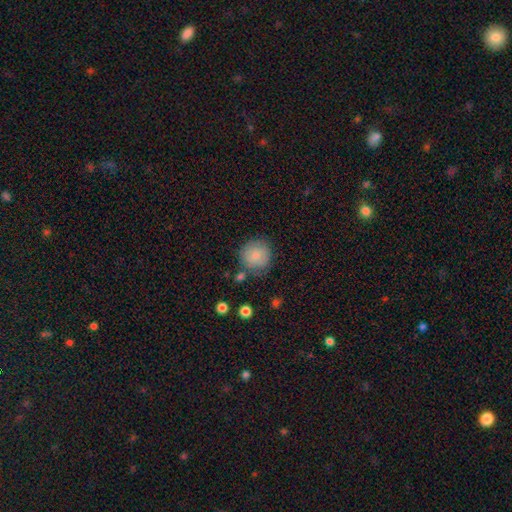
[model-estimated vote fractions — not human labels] Morphology: type=smooth (82%); roundness=round (92%); merging=none (75%).